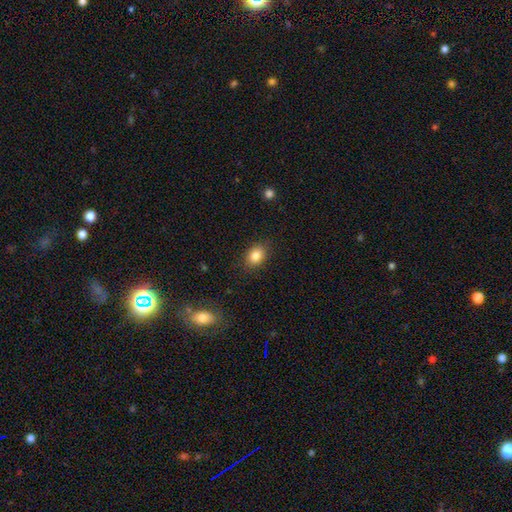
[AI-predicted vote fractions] This appears to be a smooth galaxy with no disk features (84%) that is in between round and cigar-shaped (67%). Merging: none (85%).